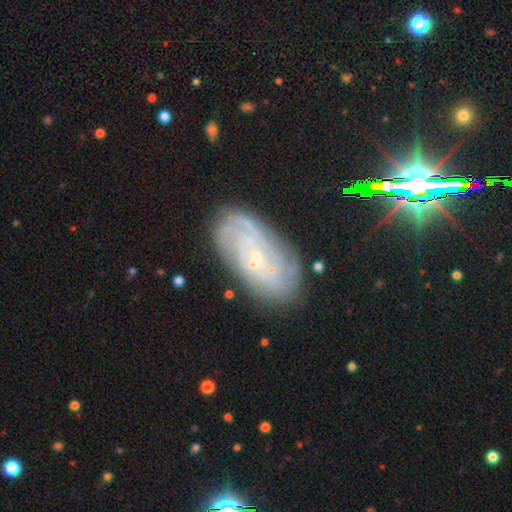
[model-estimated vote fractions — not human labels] This is likely a featured or disk galaxy (72%). It is clearly not viewed edge-on (93%). Bar: possibly no (50%). Spiral arm pattern: clearly yes (90%). Spiral arm count: possibly can't tell (51%). Spiral winding: likely tight (68%). Central bulge: likely small (75%). Merging: likely none (78%).